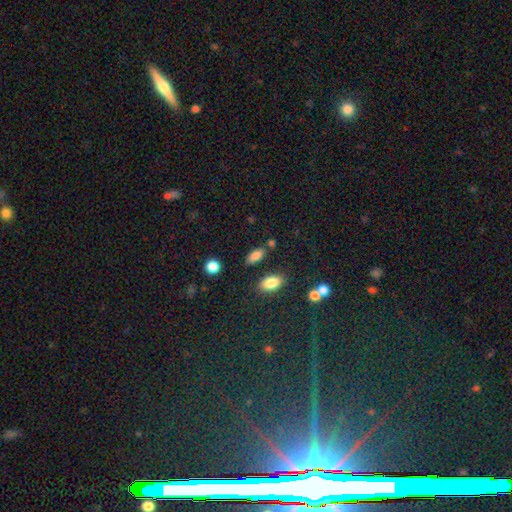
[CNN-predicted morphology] A smooth galaxy with no disk features (82%) that is in between round and cigar-shaped (80%).

Vote fractions:
- Smooth or featured? smooth: 82% / star or artifact: 10% / featured or disk: 9%
- How rounded? in between: 80% / cigar-shaped: 16% / round: 4%
- Merging? none: 75% / minor disturbance: 13% / merger: 8% / major disturbance: 4%